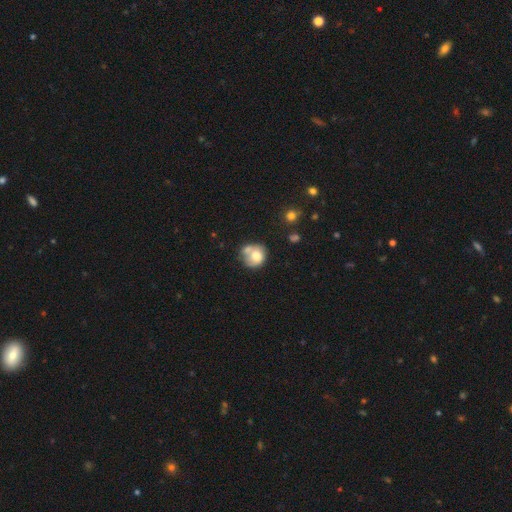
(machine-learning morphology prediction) Q: Smooth or featured?
A: smooth (68%); runner-up: featured or disk (24%)
Q: How rounded?
A: round (76%); runner-up: in between (23%)
Q: Merging?
A: none (36%); runner-up: merger (32%)